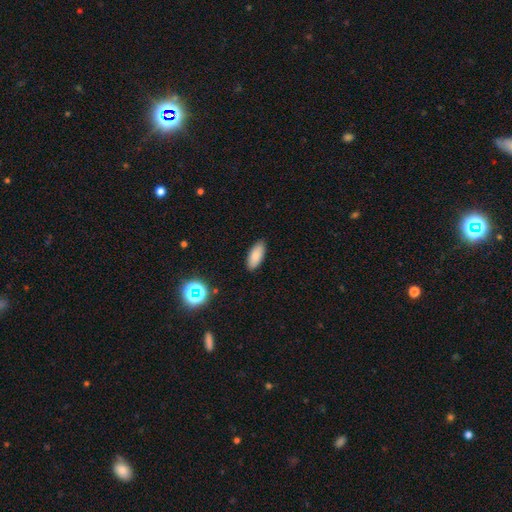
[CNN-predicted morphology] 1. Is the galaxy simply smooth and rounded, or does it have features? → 85% smooth, 8% star or artifact, 7% featured or disk.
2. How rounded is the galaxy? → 82% in between, 16% cigar-shaped, 2% round.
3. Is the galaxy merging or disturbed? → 89% none, 8% minor disturbance, 2% major disturbance, 1% merger.